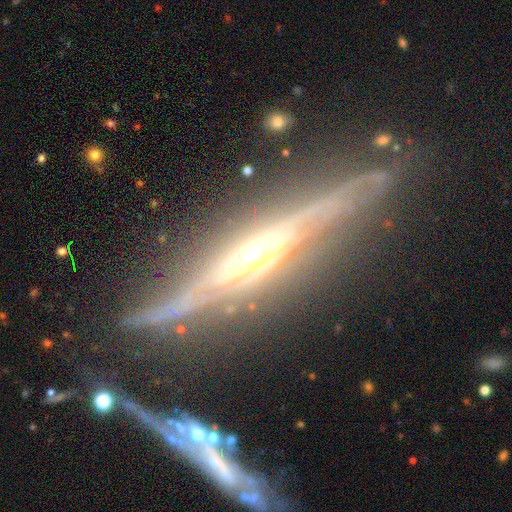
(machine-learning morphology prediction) smooth_or_featured: featured or disk (p=0.87) [alt: star or artifact p=0.07]
disk_edge_on: yes (p=0.91) [alt: no p=0.09]
edge_on_bulge: rounded (p=0.70) [alt: boxy p=0.16]
merging: none (p=0.76) [alt: minor disturbance p=0.15]